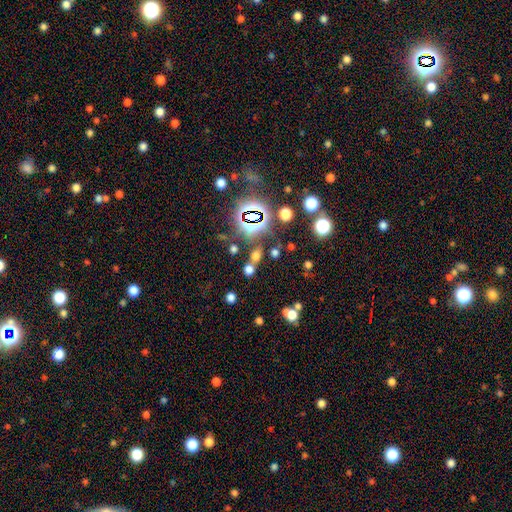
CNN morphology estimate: Smooth or featured: smooth — 47% (star or artifact — 43%)
Merging: none — 65% (merger — 20%)